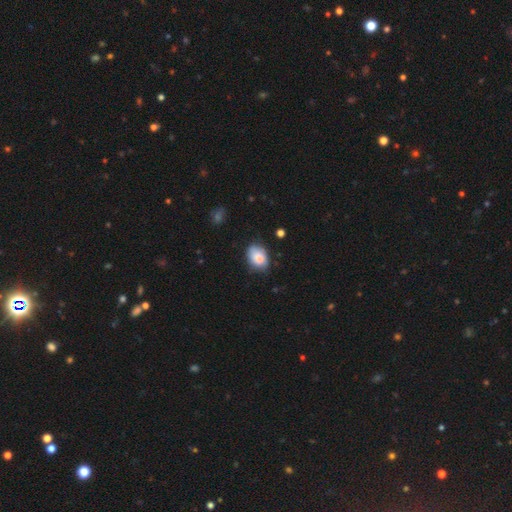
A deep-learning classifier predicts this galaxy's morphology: A smooth galaxy with no disk features (79%) that is in between round and cigar-shaped (76%). Merging: none (70%).